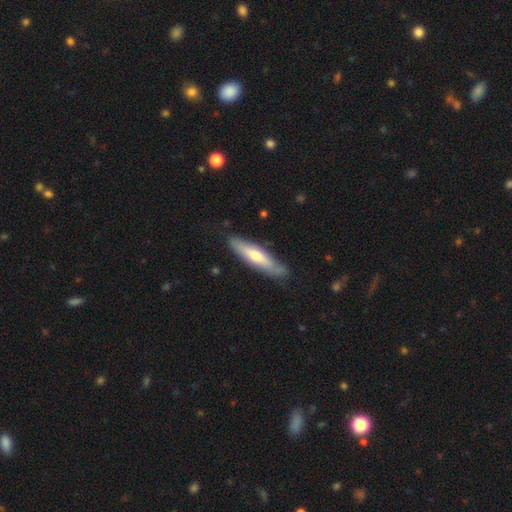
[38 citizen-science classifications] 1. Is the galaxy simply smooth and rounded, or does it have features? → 47% featured or disk, 45% smooth, 8% star or artifact.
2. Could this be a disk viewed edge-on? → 89% yes, 11% no.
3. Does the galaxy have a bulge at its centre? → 94% rounded, 6% none, 0% boxy.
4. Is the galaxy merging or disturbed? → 80% none, 14% minor disturbance, 6% merger, 0% major disturbance.